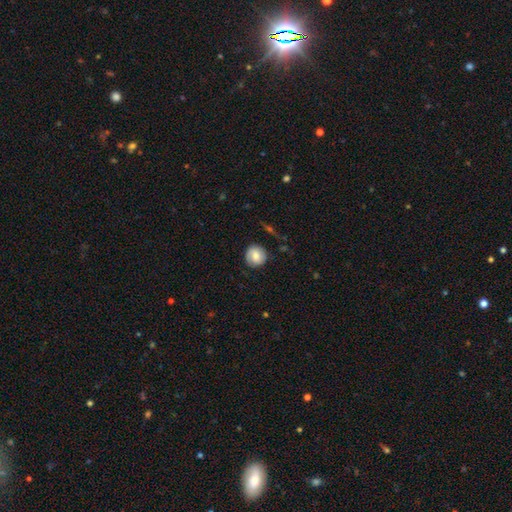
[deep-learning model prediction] A smooth galaxy with no disk features (70%) that is round (91%).

Vote fractions:
- Smooth or featured? smooth: 70% / featured or disk: 23% / star or artifact: 8%
- How rounded? round: 91% / in between: 8% / cigar-shaped: 1%
- Merging? none: 81% / minor disturbance: 14% / major disturbance: 4% / merger: 1%